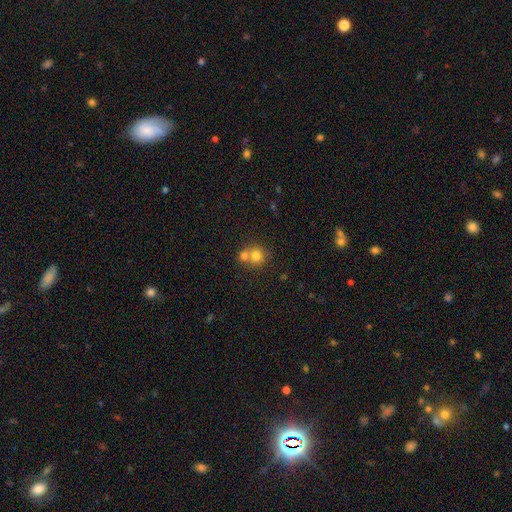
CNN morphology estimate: This is likely a smooth galaxy (77%). How rounded: clearly round (87%). Merging: possibly merger (49%).